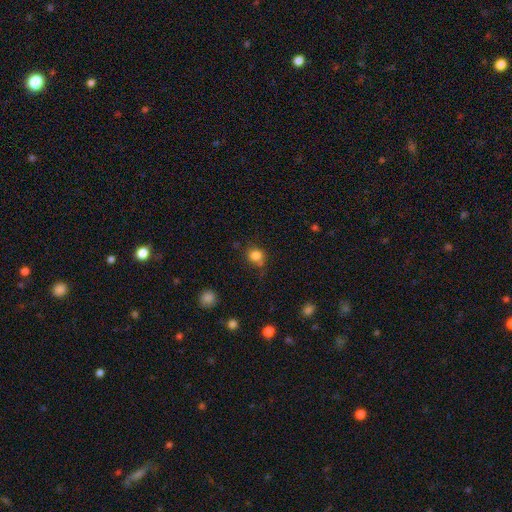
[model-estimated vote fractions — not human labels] The model was most divided on "merging": none: 60%, minor disturbance: 21%, merger: 11%, major disturbance: 8%. More confident: smooth or featured — smooth (81%); how rounded — round (76%).